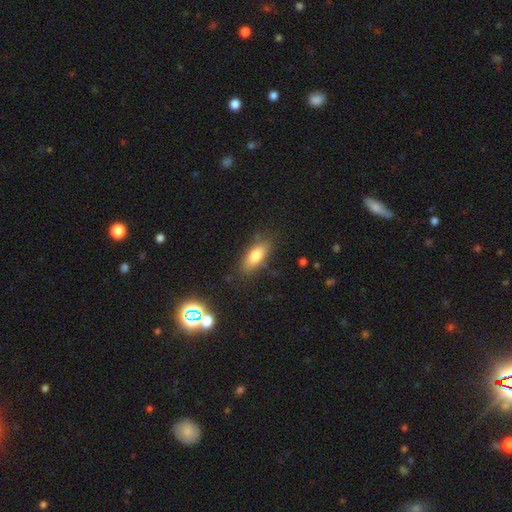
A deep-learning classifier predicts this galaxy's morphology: A smooth galaxy with no disk features (76%) that is in between round and cigar-shaped (76%). Merging: none (79%).